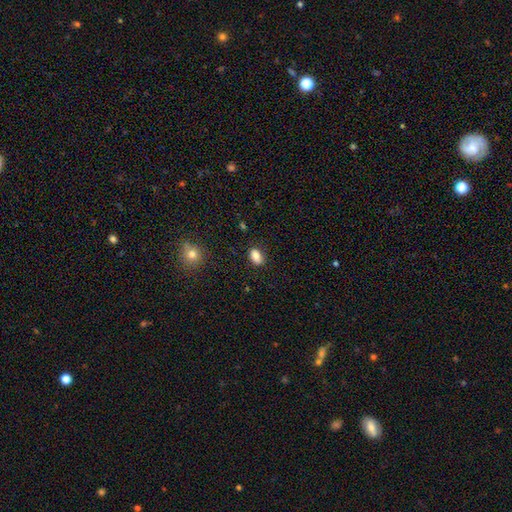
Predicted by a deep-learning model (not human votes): Morphology: type=smooth (83%); roundness=in between (85%); merging=none (82%).